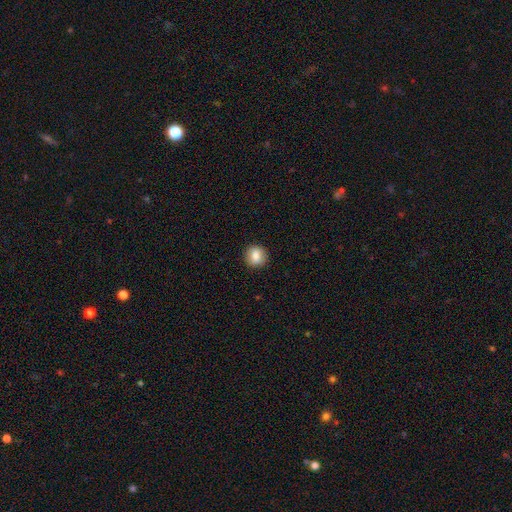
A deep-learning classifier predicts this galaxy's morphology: smooth_or_featured: smooth (p=0.83) [alt: featured or disk p=0.09]
how_rounded: round (p=0.83) [alt: in between p=0.16]
merging: none (p=0.90) [alt: minor disturbance p=0.07]